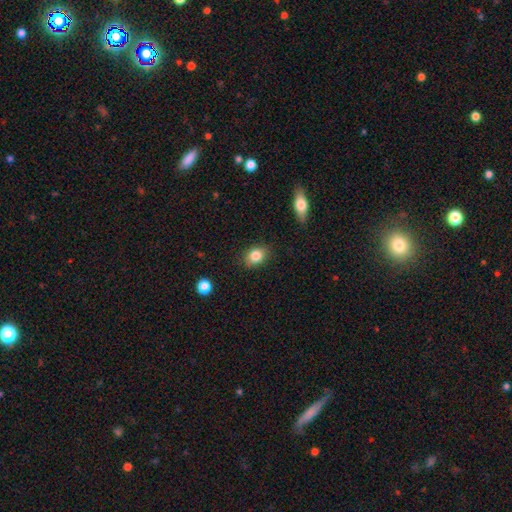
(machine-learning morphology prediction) type=smooth (84%); roundness=in between (61%); merging=none (83%).